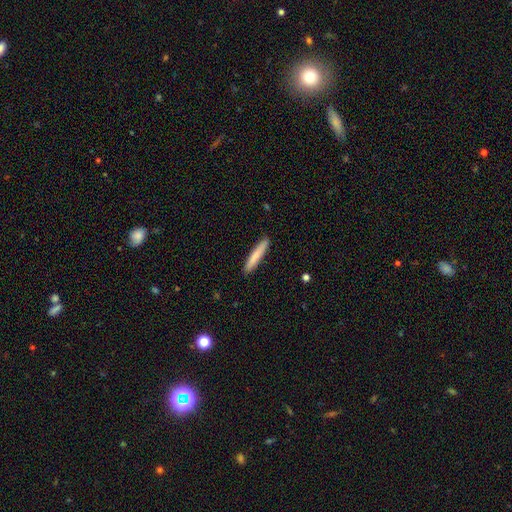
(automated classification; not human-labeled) Smooth or featured? smooth (80%)
How rounded? cigar-shaped (94%)
Merging? none (90%)